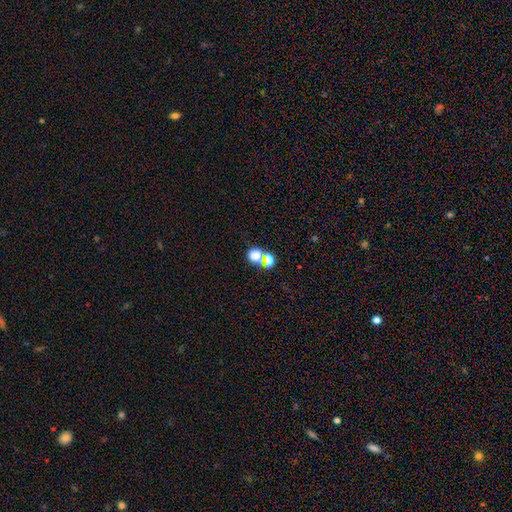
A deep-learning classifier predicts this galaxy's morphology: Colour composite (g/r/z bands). It shows a smooth galaxy with no disk features (72%) that is round (60%). Merging: merger (44%).